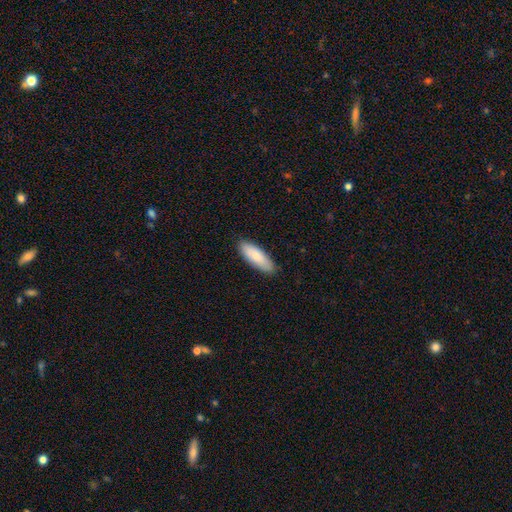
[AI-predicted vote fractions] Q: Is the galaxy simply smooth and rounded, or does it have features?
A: smooth — 80%.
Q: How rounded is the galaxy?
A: in between — 63%.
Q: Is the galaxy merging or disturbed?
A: none — 88%.